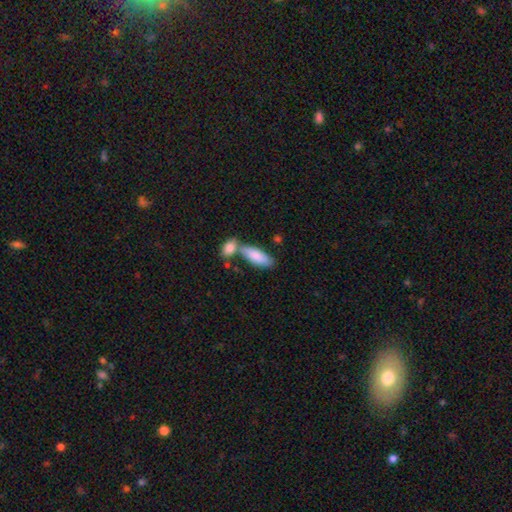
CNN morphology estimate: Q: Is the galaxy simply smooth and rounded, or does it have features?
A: smooth — 84%.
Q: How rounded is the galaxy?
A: in between — 74%.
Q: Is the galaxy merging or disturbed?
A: none — 45%.